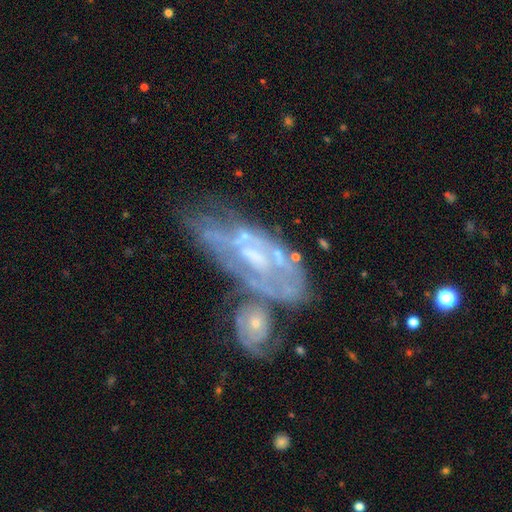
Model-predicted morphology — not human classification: This is likely a featured or disk galaxy (76%). It is clearly not viewed edge-on (87%). Bar: possibly no (53%). Spiral arm pattern: possibly yes (60%). Central bulge: marginally small (42%). Merging: marginally merger (39%).